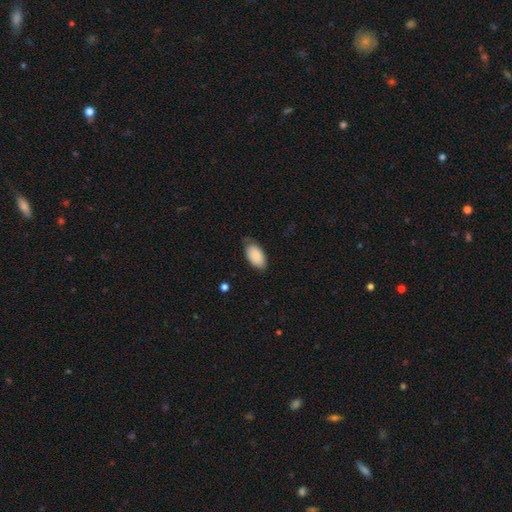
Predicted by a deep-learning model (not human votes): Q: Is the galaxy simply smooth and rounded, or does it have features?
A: smooth — 85%.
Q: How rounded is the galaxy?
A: in between — 95%.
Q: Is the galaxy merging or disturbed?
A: none — 69%.